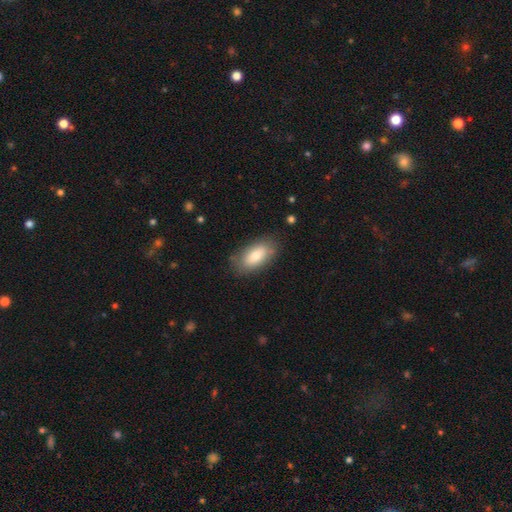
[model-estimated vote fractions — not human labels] smooth 75%, featured or disk 19%, star or artifact 7%. Down the decision tree: how rounded — in between (90%); merging — none (80%).